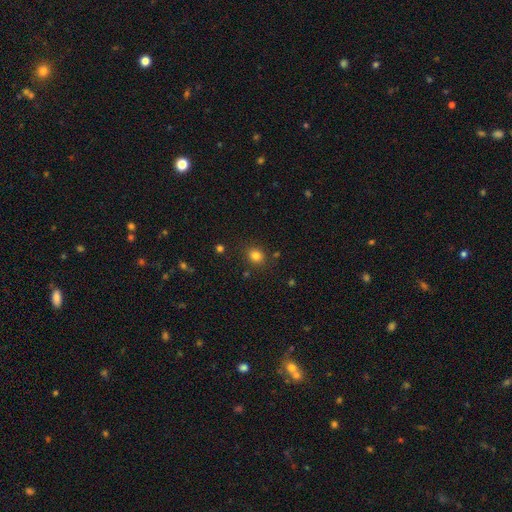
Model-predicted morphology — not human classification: type=smooth (82%); roundness=round (68%); merging=none (85%).